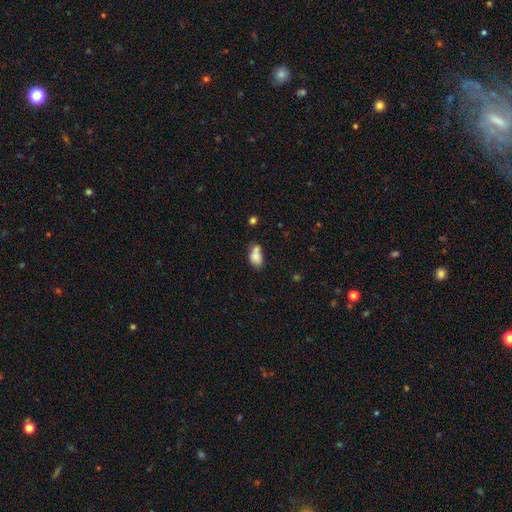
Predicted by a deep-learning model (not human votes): This appears to be a smooth galaxy with no disk features (80%) that is in between round and cigar-shaped (86%). Merging: none (39%).